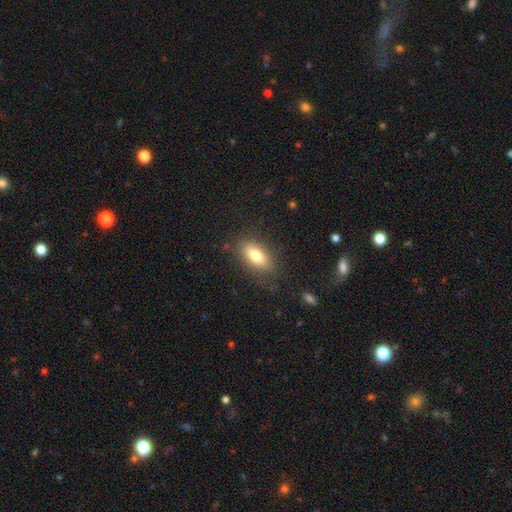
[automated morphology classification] smooth 77%, featured or disk 15%, star or artifact 8%. Down the decision tree: how rounded — in between (86%); merging — none (81%).